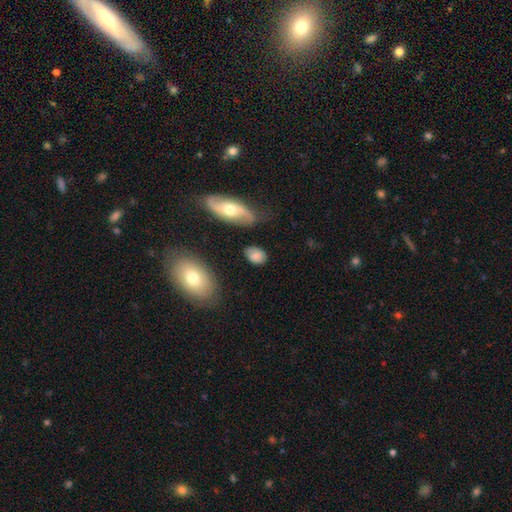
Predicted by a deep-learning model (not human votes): Smooth or featured?
  - smooth: 77% *
  - featured or disk: 15%
  - star or artifact: 9%
How rounded?
  - in between: 81% *
  - round: 17%
  - cigar-shaped: 2%
Merging?
  - none: 72% *
  - minor disturbance: 19%
  - major disturbance: 6%
  - merger: 4%